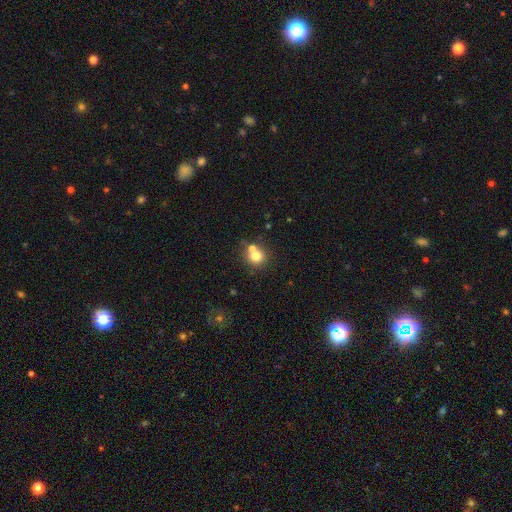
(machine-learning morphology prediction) This appears to be a smooth galaxy with no disk features (74%) that is round (85%). Merging: none (49%).